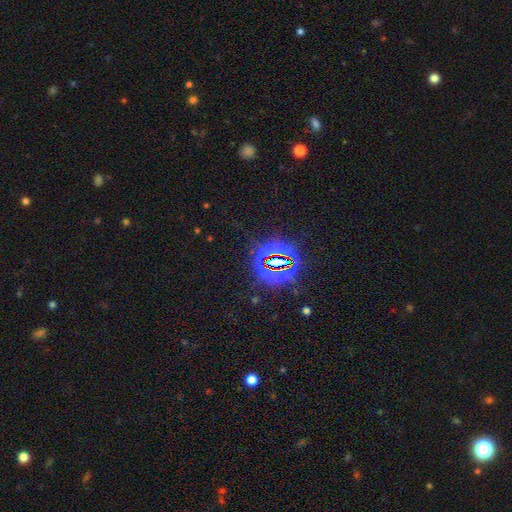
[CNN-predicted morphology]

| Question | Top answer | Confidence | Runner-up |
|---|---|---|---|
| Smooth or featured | star or artifact | 84% | smooth (10%) |